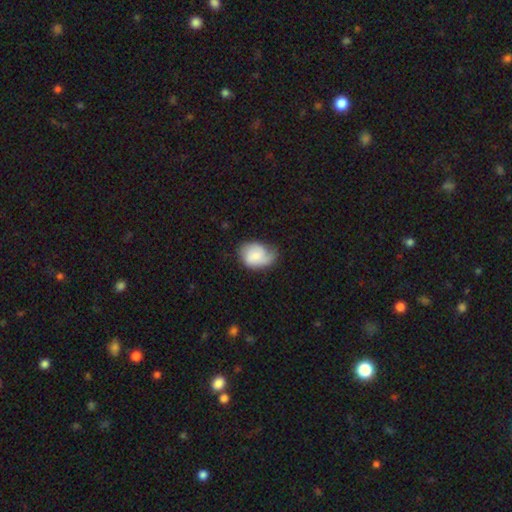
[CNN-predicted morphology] Smooth or featured? Predicted: smooth (p=0.55). How rounded? Predicted: in between (p=0.62). Merging? Predicted: none (p=0.45).